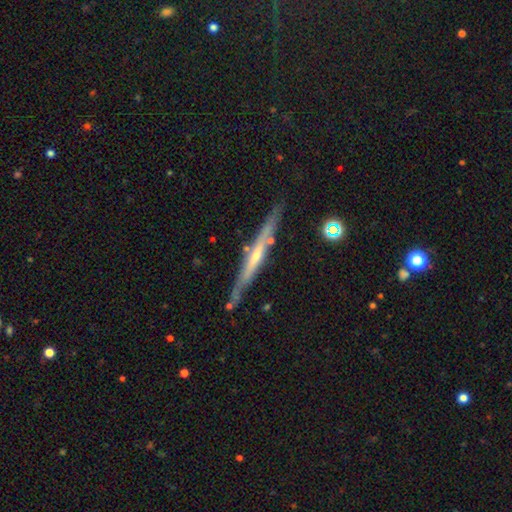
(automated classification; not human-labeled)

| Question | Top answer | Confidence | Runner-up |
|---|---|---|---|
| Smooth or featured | featured or disk | 79% | smooth (13%) |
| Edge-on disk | yes | 97% | no (3%) |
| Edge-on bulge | rounded | 66% | none (25%) |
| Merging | none | 86% | minor disturbance (10%) |